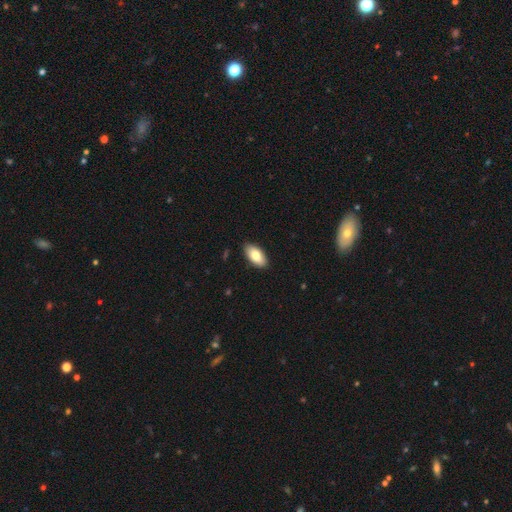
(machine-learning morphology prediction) Smooth or featured? smooth (82%)
How rounded? in between (92%)
Merging? none (88%)